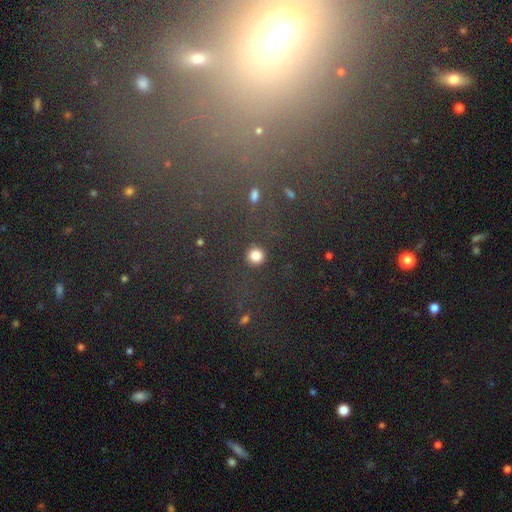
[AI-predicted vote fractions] Smooth or featured? Predicted: smooth (p=0.81). How rounded? Predicted: round (p=0.92). Merging? Predicted: none (p=0.87).